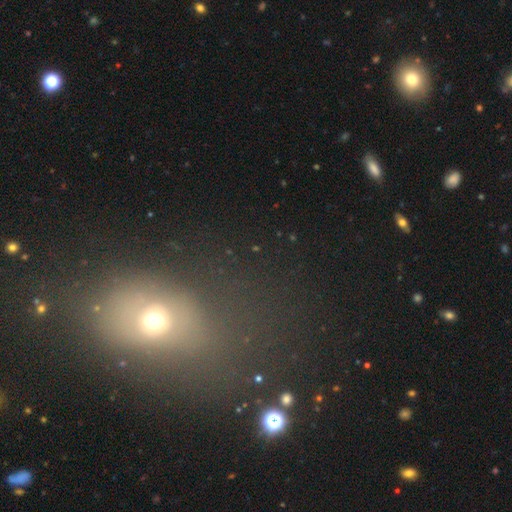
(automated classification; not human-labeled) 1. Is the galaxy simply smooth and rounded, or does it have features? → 50% smooth, 35% star or artifact, 15% featured or disk.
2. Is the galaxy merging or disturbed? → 63% none, 16% minor disturbance, 15% major disturbance, 6% merger.